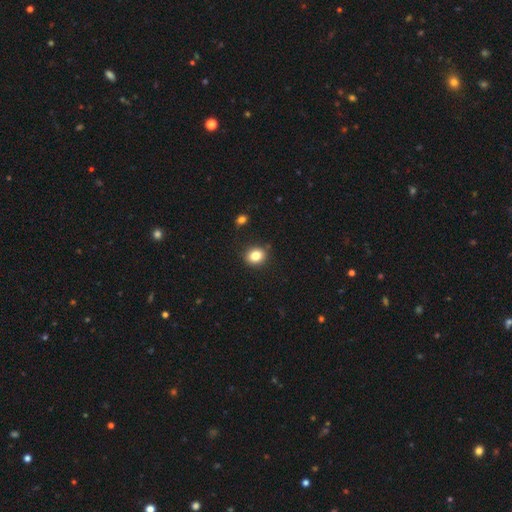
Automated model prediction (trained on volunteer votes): This is clearly a smooth galaxy (83%). How rounded: likely round (67%). Merging: clearly none (85%).